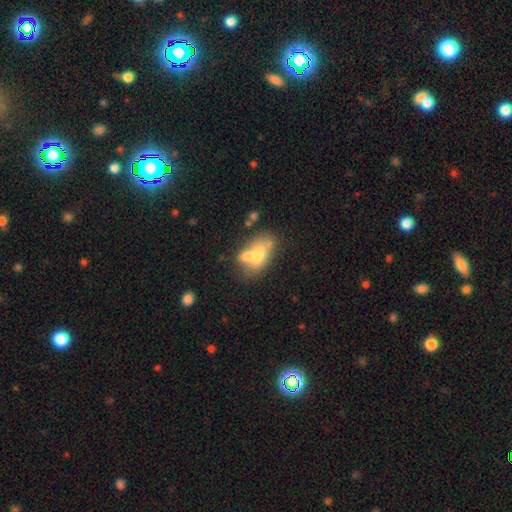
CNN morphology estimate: The model was most divided on "merging": merger: 45%, none: 30%, minor disturbance: 15%, major disturbance: 10%. More confident: how rounded — in between (85%); smooth or featured — smooth (60%).